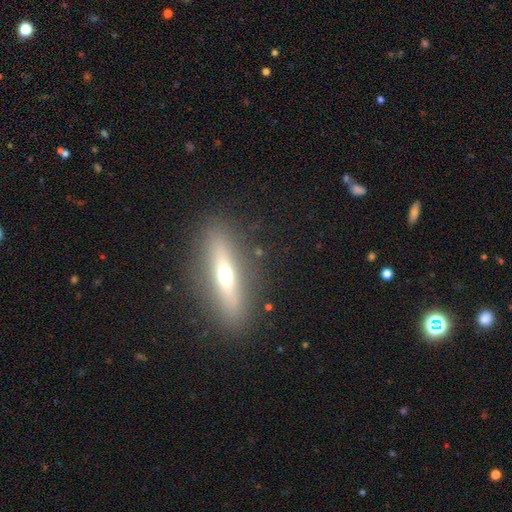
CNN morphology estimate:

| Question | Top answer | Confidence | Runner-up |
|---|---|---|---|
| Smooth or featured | featured or disk | 52% | smooth (40%) |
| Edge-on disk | yes | 84% | no (16%) |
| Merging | none | 88% | minor disturbance (8%) |